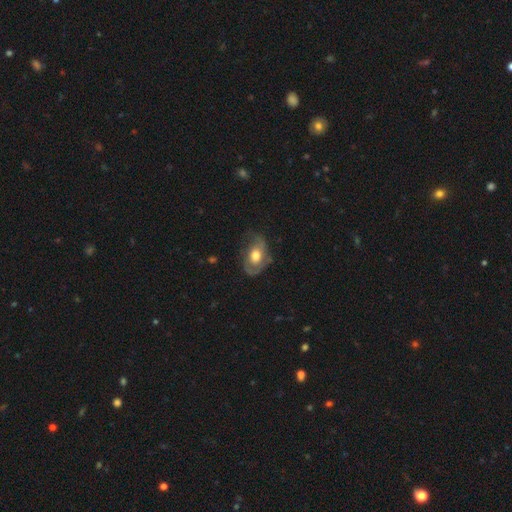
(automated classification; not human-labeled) Overall: featured or disk (70%). Edge-on disk: no (95%). Bar: no (74%). Spiral arms: yes (81%). Spiral arm count: 2 (73%). Spiral winding: medium (44%; tight 29%). Bulge size: moderate (60%; large 30%). Merging: none (57%; minor disturbance 25%).